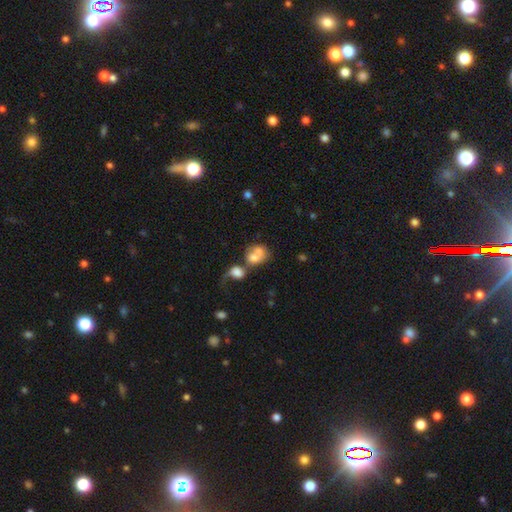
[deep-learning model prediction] This is likely a smooth galaxy (65%). How rounded: possibly round (50%). Merging: likely merger (64%).